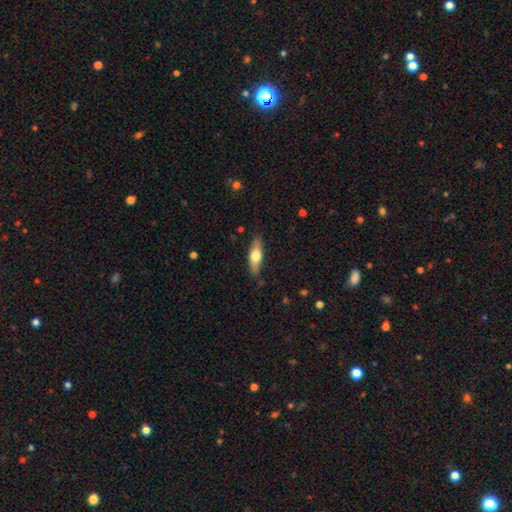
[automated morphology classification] smooth 56%, featured or disk 39%, star or artifact 6%. Down the decision tree: how rounded — in between (49%); merging — none (85%).